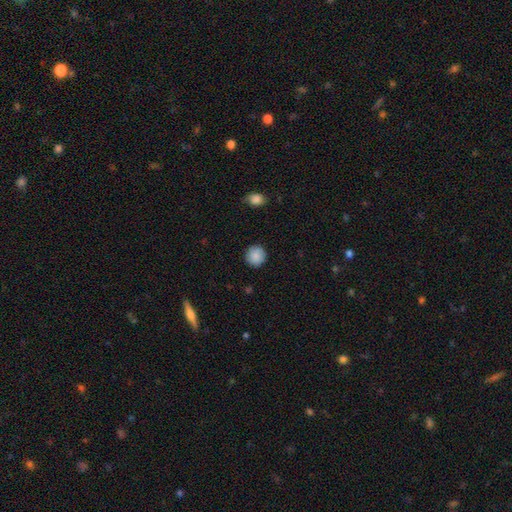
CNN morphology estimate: smooth 89%, star or artifact 7%, featured or disk 4%. Down the decision tree: how rounded — round (93%); merging — none (90%).